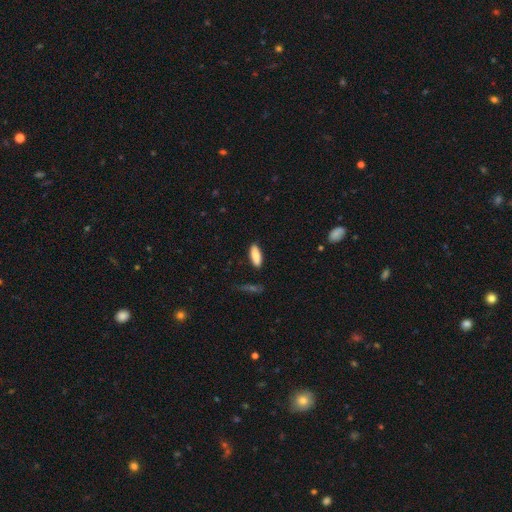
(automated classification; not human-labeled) smooth-or-featured: smooth: 87% | featured or disk: 7% | star or artifact: 6%
  how-rounded: in between: 70% | cigar-shaped: 29% | round: 2%
  merging: none: 85% | minor disturbance: 11% | major disturbance: 2% | merger: 2%